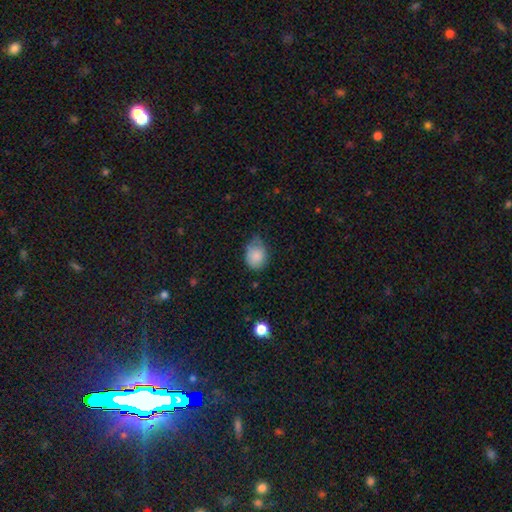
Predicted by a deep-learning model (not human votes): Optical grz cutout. It shows a smooth galaxy with no disk features (84%) that is in between round and cigar-shaped (58%). Merging: none (46%).